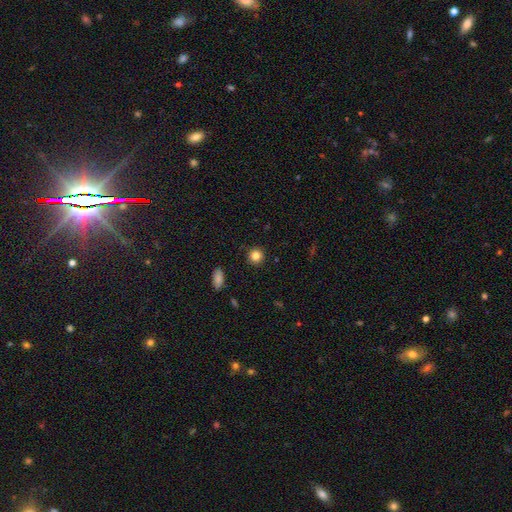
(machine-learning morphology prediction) smooth 84%, star or artifact 11%, featured or disk 6%. Down the decision tree: how rounded — round (90%); merging — none (91%).